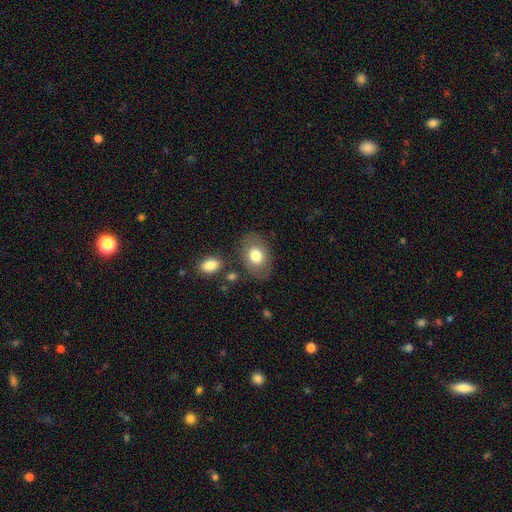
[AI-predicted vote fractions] Morphology: type=smooth (75%); roundness=in between (74%); merging=none (77%).